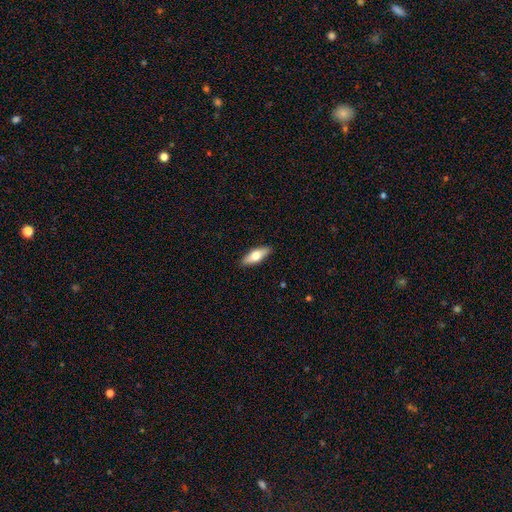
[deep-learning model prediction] Overall: smooth (65%; featured or disk 29%). How rounded: in between (64%; cigar-shaped 34%). Merging: none (89%).